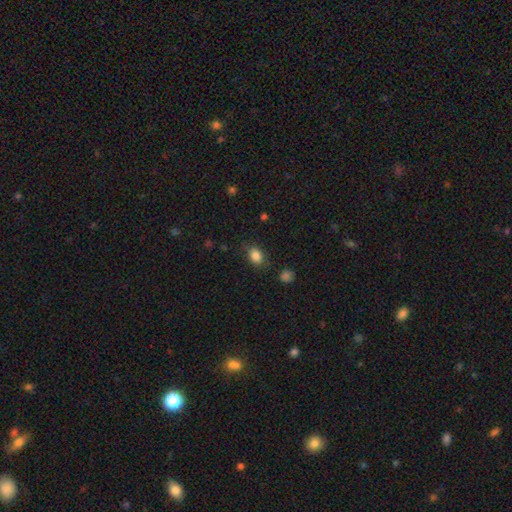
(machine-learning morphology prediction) smooth 84%, star or artifact 10%, featured or disk 5%. Down the decision tree: how rounded — in between (66%); merging — none (76%).